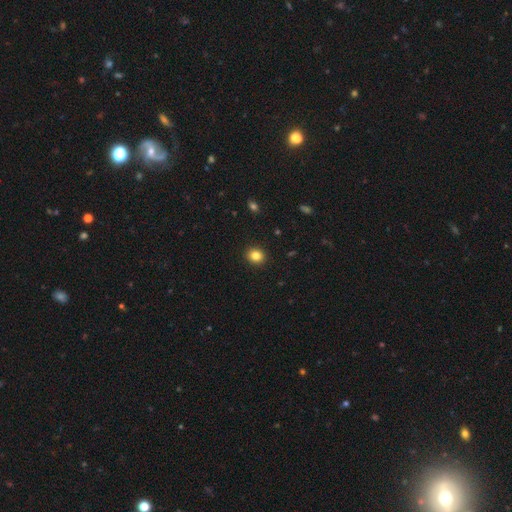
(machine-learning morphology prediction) Smooth or featured: smooth — 83% (star or artifact — 11%)
How rounded: round — 76% (in between — 23%)
Merging: none — 92% (minor disturbance — 5%)